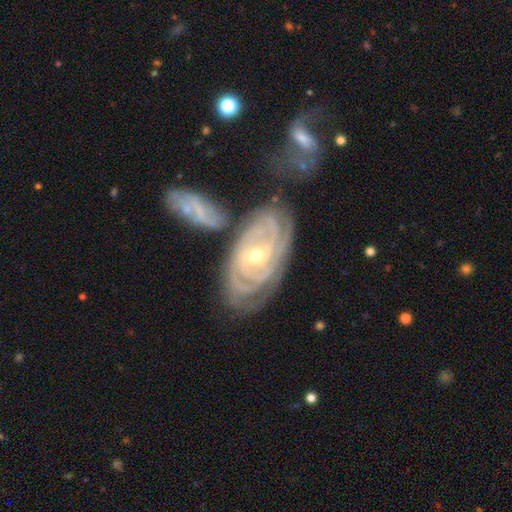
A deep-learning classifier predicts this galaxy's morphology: Smooth or featured? Predicted: featured or disk (p=0.89). Edge-on disk? Predicted: no (p=0.95). Bar? Predicted: no (p=0.45). Spiral arms? Predicted: yes (p=0.96). Spiral winding? Predicted: tight (p=0.80). Spiral arm count? Predicted: can't tell (p=0.31). Bulge size? Predicted: moderate (p=0.51). Merging? Predicted: none (p=0.63).